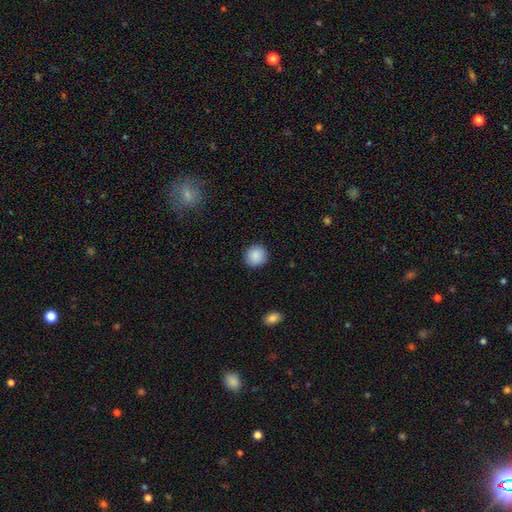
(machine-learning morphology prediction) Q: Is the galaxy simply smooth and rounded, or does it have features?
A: smooth — 89%.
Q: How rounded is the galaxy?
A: round — 93%.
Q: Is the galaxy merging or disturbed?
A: none — 91%.